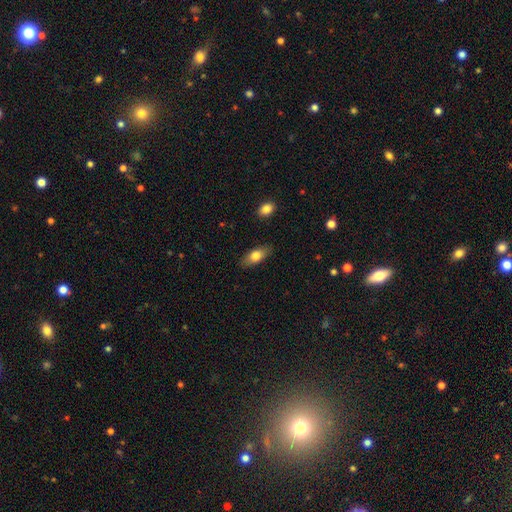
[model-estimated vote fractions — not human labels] Overall: smooth (77%). How rounded: in between (83%). Merging: none (84%).